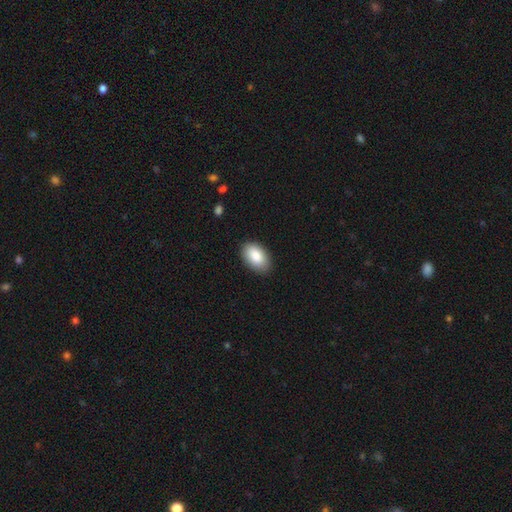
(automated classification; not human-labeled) Smooth or featured?
  - smooth: 86% *
  - featured or disk: 7%
  - star or artifact: 6%
How rounded?
  - in between: 93% *
  - round: 5%
  - cigar-shaped: 1%
Merging?
  - none: 86% *
  - minor disturbance: 10%
  - major disturbance: 2%
  - merger: 1%